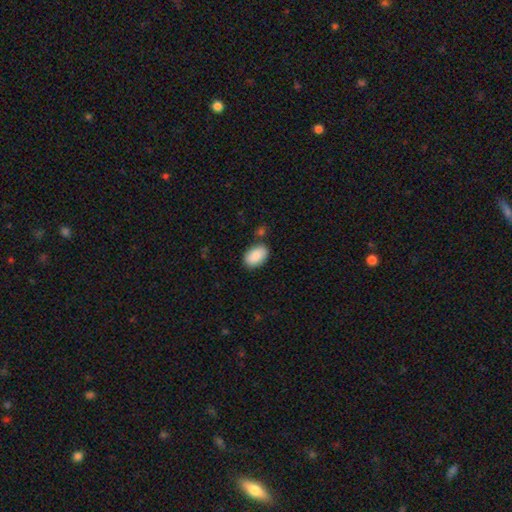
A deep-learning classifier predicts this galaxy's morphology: Q: Smooth or featured?
A: smooth (89%); runner-up: star or artifact (6%)
Q: How rounded?
A: in between (92%); runner-up: round (7%)
Q: Merging?
A: none (76%); runner-up: minor disturbance (14%)